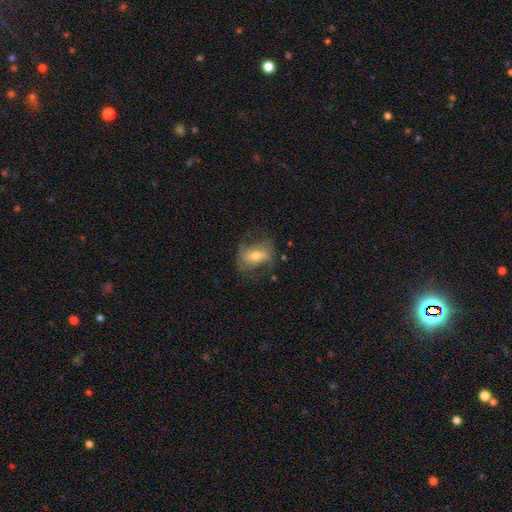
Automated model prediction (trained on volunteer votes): smooth-or-featured: featured or disk: 58% | smooth: 33% | star or artifact: 9%
  disk-edge-on: no: 92% | yes: 8%
    bar: no: 38% | weak: 37% | strong: 25%
    has-spiral-arms: yes: 74% | no: 26%
    bulge-size: moderate: 58% | small: 33% | large: 5% | none: 2% | dominant: 1%
  merging: none: 57% | minor disturbance: 24% | major disturbance: 18% | merger: 2%